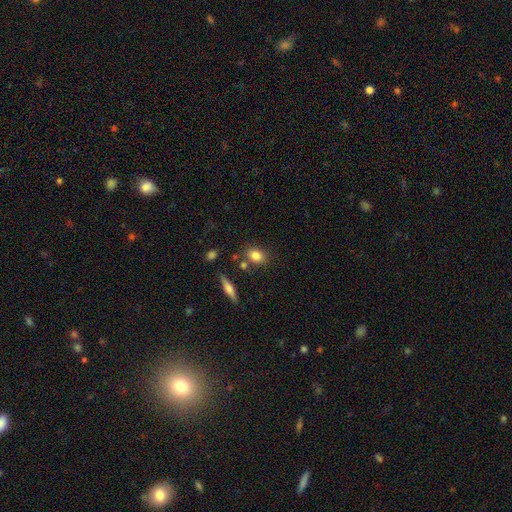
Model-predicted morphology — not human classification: type=smooth (81%); roundness=in between (63%); merging=none (75%).